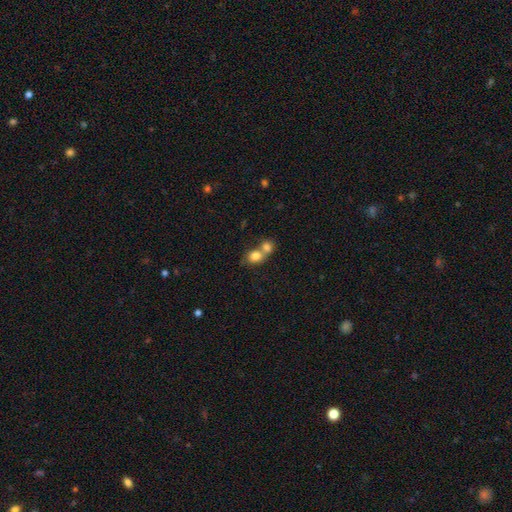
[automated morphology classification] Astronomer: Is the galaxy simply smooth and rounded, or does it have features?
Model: smooth — 79%.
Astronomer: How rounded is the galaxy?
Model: round — 59% (runner-up: in between, 40%).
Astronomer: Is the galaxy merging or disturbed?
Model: merger — 64%.